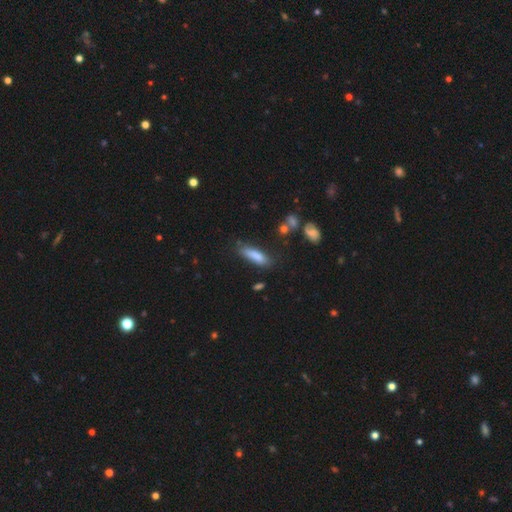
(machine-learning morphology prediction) smooth 81%, featured or disk 12%, star or artifact 7%. Down the decision tree: how rounded — cigar-shaped (60%); merging — none (67%).